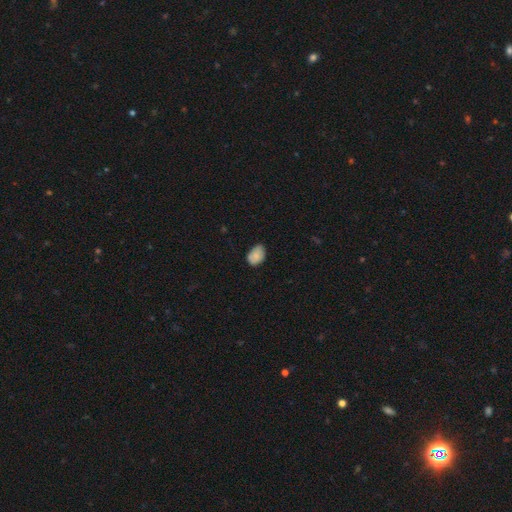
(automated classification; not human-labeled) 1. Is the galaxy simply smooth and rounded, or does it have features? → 83% smooth, 9% featured or disk, 8% star or artifact.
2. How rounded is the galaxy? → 83% in between, 16% round, 1% cigar-shaped.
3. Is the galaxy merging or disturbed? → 64% none, 31% minor disturbance, 4% major disturbance, 2% merger.